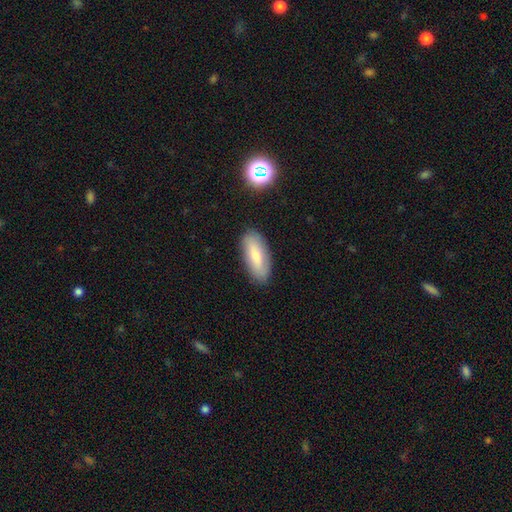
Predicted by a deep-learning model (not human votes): smooth-or-featured: smooth: 72% | featured or disk: 21% | star or artifact: 8%
  how-rounded: in between: 80% | cigar-shaped: 18% | round: 2%
  merging: none: 85% | minor disturbance: 11% | major disturbance: 3% | merger: 2%